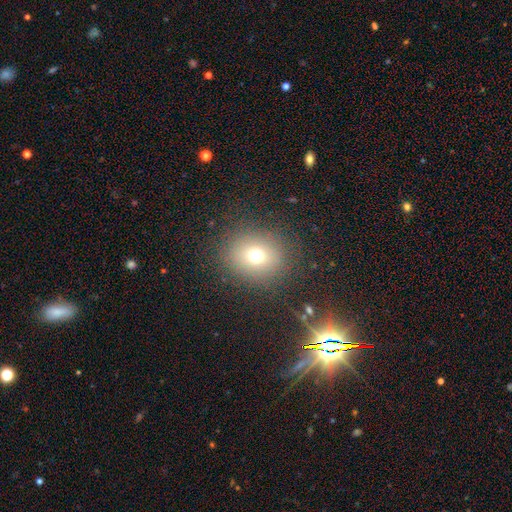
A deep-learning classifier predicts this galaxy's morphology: smooth-or-featured: smooth: 69% | star or artifact: 20% | featured or disk: 11%
  how-rounded: round: 79% | in between: 20% | cigar-shaped: 1%
  merging: none: 86% | minor disturbance: 7% | major disturbance: 5% | merger: 1%